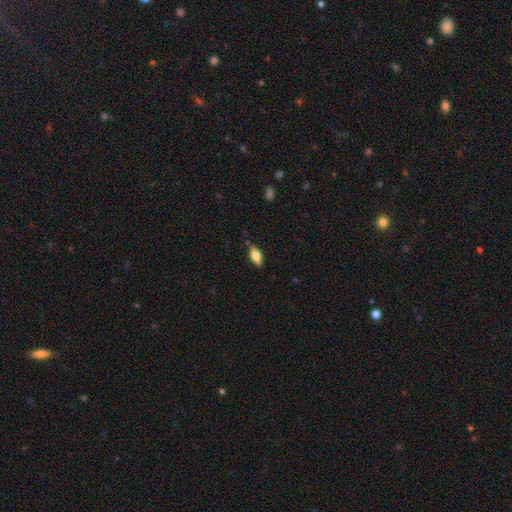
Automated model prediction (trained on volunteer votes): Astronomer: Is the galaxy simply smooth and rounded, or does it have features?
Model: smooth — 70%.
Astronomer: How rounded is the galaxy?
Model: in between — 81%.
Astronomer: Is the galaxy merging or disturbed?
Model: none — 78%.